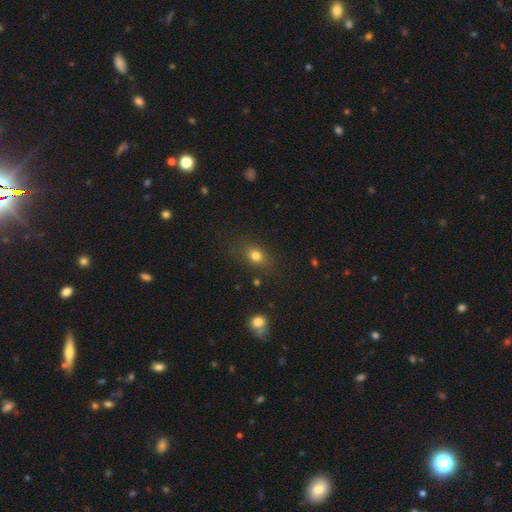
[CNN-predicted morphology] Smooth or featured?
  - smooth: 77% *
  - star or artifact: 14%
  - featured or disk: 9%
How rounded?
  - in between: 57% *
  - round: 40%
  - cigar-shaped: 3%
Merging?
  - none: 79% *
  - minor disturbance: 14%
  - major disturbance: 5%
  - merger: 3%